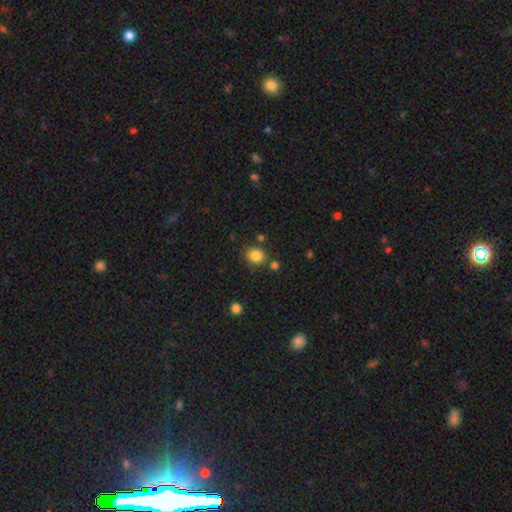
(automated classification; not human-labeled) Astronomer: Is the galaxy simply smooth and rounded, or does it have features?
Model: smooth — 84%.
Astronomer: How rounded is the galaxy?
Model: round — 61% (runner-up: in between, 38%).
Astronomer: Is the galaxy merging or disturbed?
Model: none — 78%.